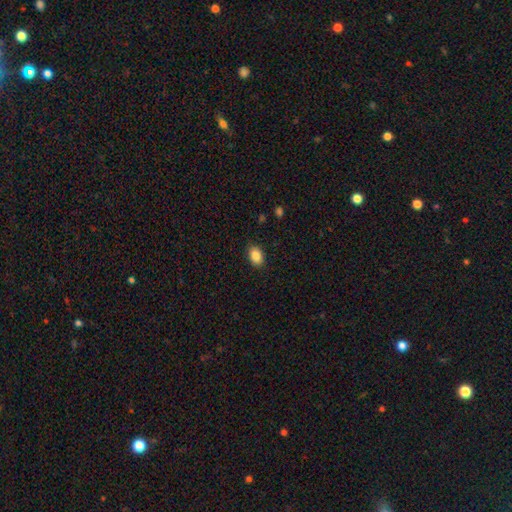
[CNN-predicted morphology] This is clearly a smooth galaxy (87%). How rounded: clearly in between (83%). Merging: clearly none (89%).